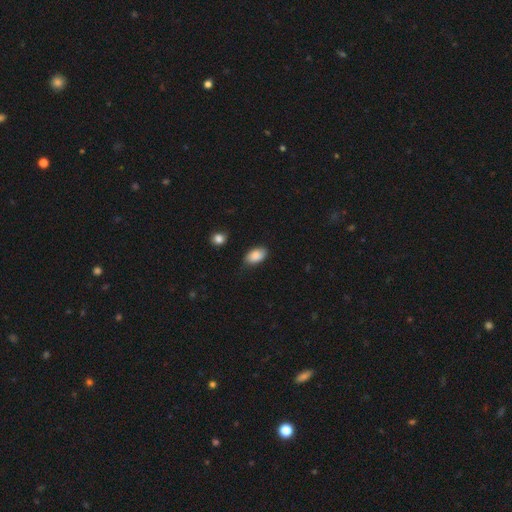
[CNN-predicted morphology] A smooth galaxy with no disk features (88%) that is in between round and cigar-shaped (92%).

Vote fractions:
- Smooth or featured? smooth: 88% / star or artifact: 7% / featured or disk: 5%
- How rounded? in between: 92% / round: 7% / cigar-shaped: 2%
- Merging? none: 77% / minor disturbance: 18% / major disturbance: 3% / merger: 2%